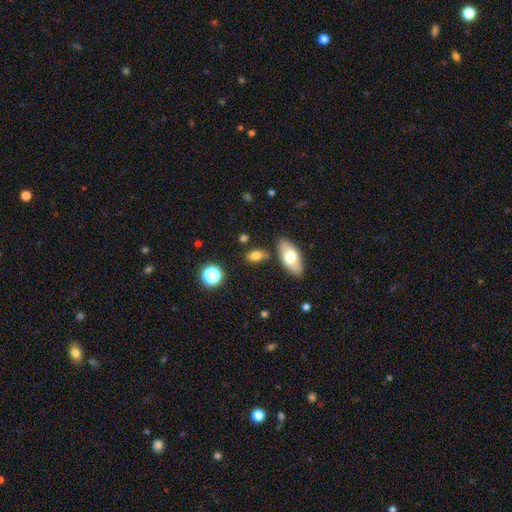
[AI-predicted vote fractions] Smooth or featured?
  - smooth: 74% *
  - featured or disk: 15%
  - star or artifact: 10%
How rounded?
  - in between: 81% *
  - round: 12%
  - cigar-shaped: 7%
Merging?
  - none: 76% *
  - minor disturbance: 12%
  - merger: 8%
  - major disturbance: 4%